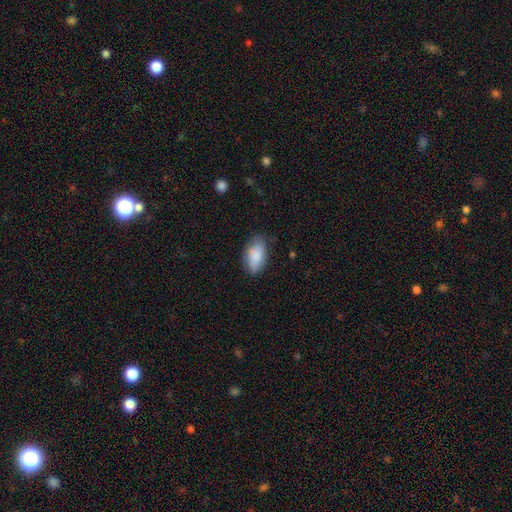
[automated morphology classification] This appears to be a smooth galaxy with no disk features (83%) that is in between round and cigar-shaped (92%). Merging: none (73%).